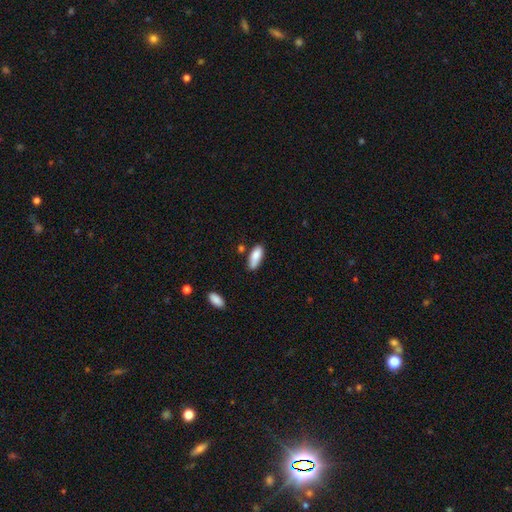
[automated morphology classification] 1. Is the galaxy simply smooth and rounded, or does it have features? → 85% smooth, 9% featured or disk, 7% star or artifact.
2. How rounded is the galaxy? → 74% in between, 24% cigar-shaped, 2% round.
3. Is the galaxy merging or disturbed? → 65% none, 24% minor disturbance, 7% merger, 4% major disturbance.